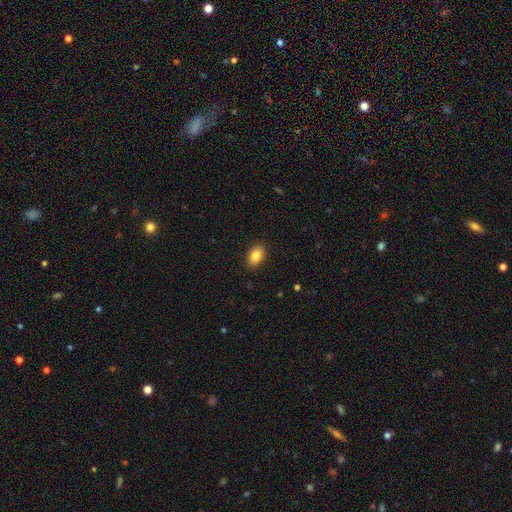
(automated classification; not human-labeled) This is clearly a smooth galaxy (85%). How rounded: clearly in between (86%). Merging: clearly none (89%).